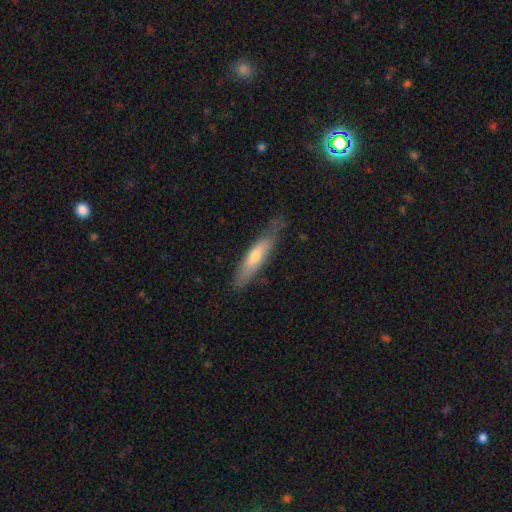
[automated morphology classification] A smooth galaxy with no disk features (58%) that is cigar-shaped (76%).

Vote fractions:
- Smooth or featured? smooth: 58% / featured or disk: 36% / star or artifact: 6%
- How rounded? cigar-shaped: 76% / in between: 23% / round: 2%
- Merging? none: 68% / minor disturbance: 24% / major disturbance: 6% / merger: 2%